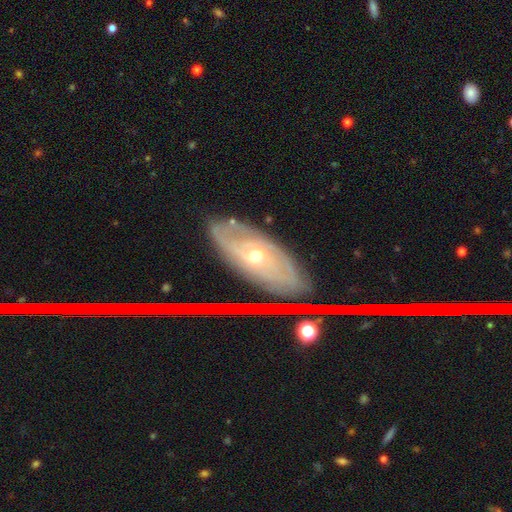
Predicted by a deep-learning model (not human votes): This is likely a featured or disk galaxy (69%). It is clearly not viewed edge-on (82%). Bar: likely no (73%). Spiral arm pattern: likely yes (74%). Central bulge: possibly small (48%, tied with moderate). Merging: likely none (79%).